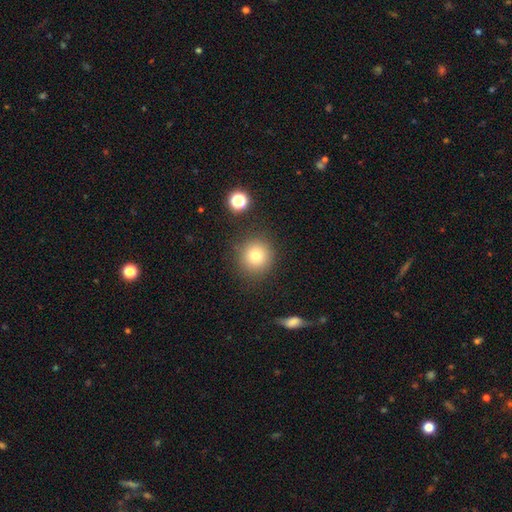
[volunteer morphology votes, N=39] A smooth galaxy with no disk features (79%) that is round (97%). Merging: none (89%).